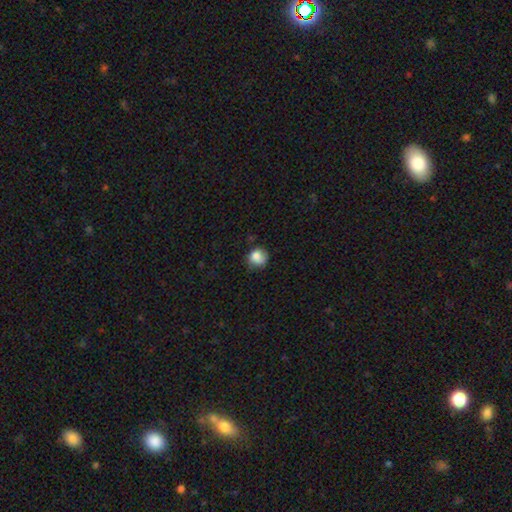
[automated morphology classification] Smooth or featured?
  - smooth: 83% *
  - star or artifact: 9%
  - featured or disk: 8%
How rounded?
  - round: 81% *
  - in between: 18%
  - cigar-shaped: 1%
Merging?
  - none: 63% *
  - minor disturbance: 28%
  - major disturbance: 7%
  - merger: 2%